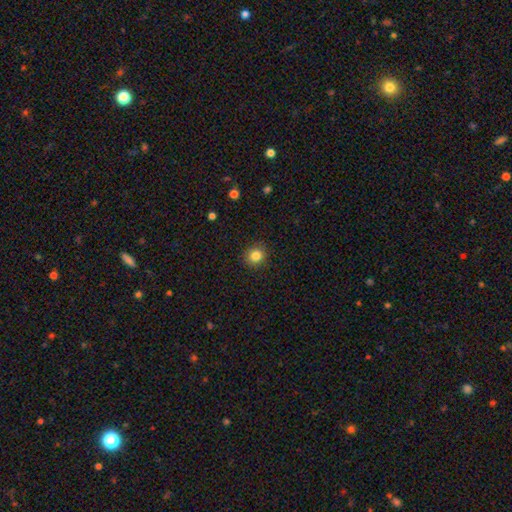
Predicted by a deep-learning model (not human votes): A smooth galaxy with no disk features (83%) that is round (86%).

Vote fractions:
- Smooth or featured? smooth: 83% / star or artifact: 11% / featured or disk: 5%
- How rounded? round: 86% / in between: 13% / cigar-shaped: 1%
- Merging? none: 90% / minor disturbance: 7% / major disturbance: 2% / merger: 1%